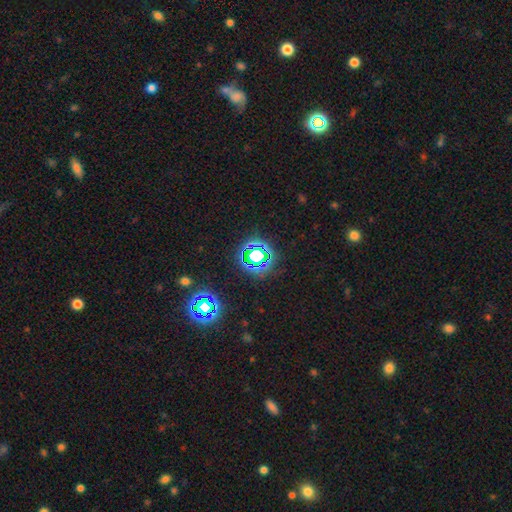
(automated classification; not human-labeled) The model was most divided on "smooth or featured": star or artifact: 65%, smooth: 23%, featured or disk: 12%.